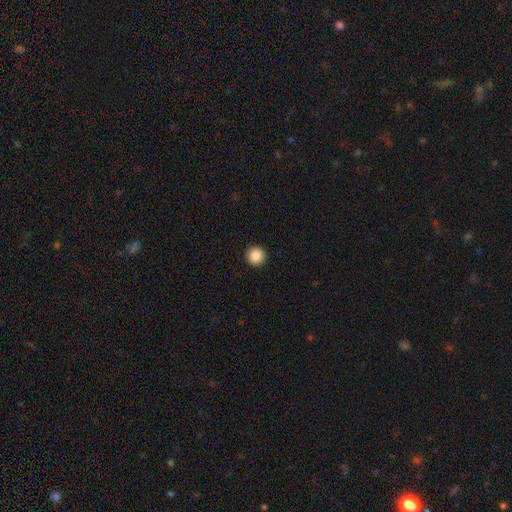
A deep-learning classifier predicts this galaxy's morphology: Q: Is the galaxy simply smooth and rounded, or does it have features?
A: smooth — 87%.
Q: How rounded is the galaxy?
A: round — 96%.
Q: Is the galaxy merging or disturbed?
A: none — 94%.